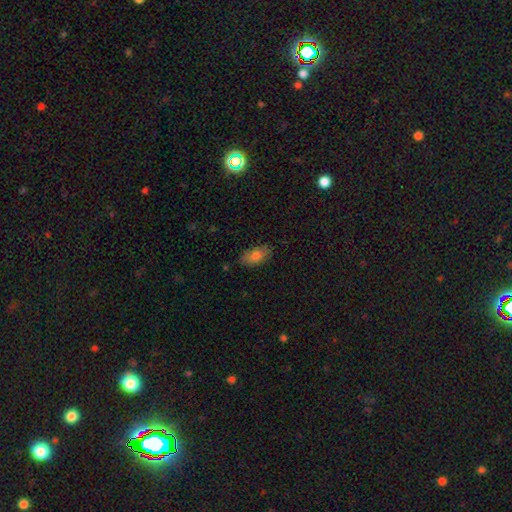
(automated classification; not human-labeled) Smooth or featured: smooth — 80% (featured or disk — 13%)
How rounded: in between — 92% (cigar-shaped — 4%)
Merging: none — 80% (minor disturbance — 15%)